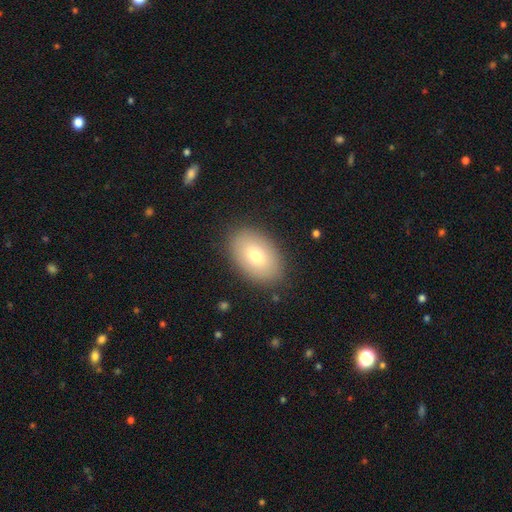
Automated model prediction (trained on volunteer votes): This is likely a smooth galaxy (74%). How rounded: clearly in between (90%). Merging: clearly none (86%).